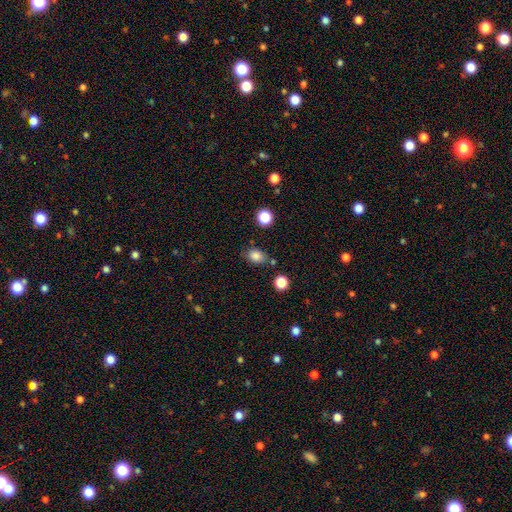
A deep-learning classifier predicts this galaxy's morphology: Overall: smooth (83%). How rounded: in between (64%; round 34%). Merging: none (73%).